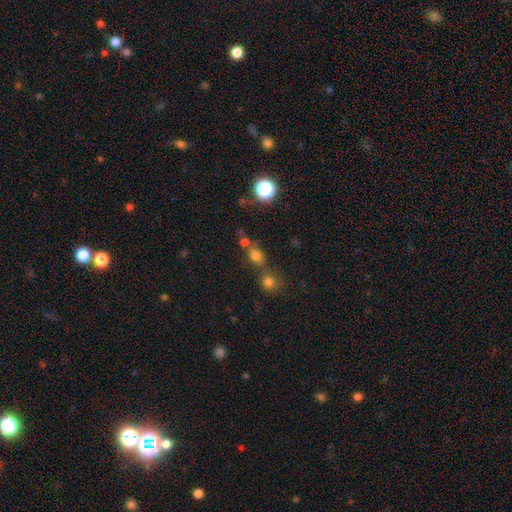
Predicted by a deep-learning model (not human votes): Q: Smooth or featured?
A: smooth (71%); runner-up: star or artifact (21%)
Q: How rounded?
A: round (52%); runner-up: in between (45%)
Q: Merging?
A: none (51%); runner-up: merger (32%)